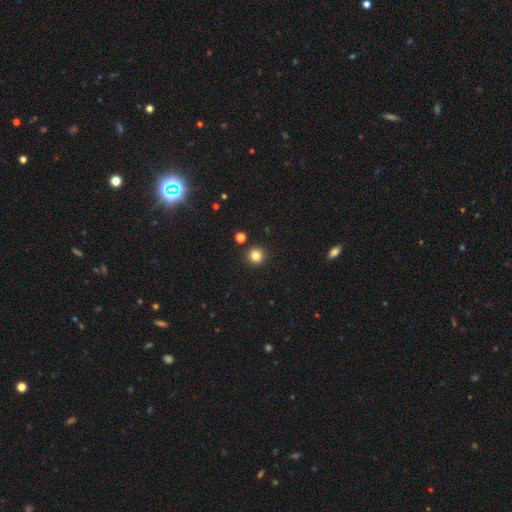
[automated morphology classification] Q: Smooth or featured?
A: smooth (82%); runner-up: star or artifact (13%)
Q: How rounded?
A: round (95%); runner-up: in between (4%)
Q: Merging?
A: none (91%); runner-up: minor disturbance (5%)